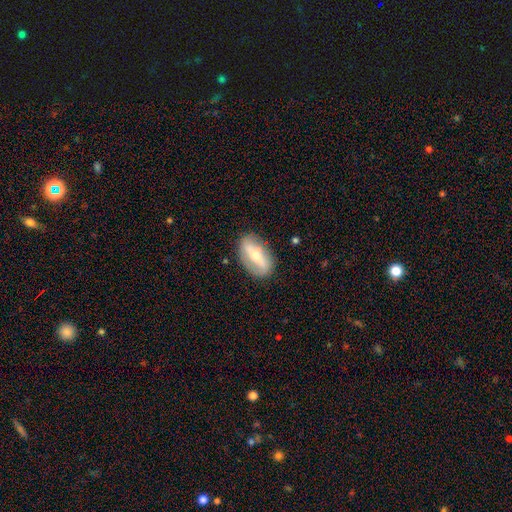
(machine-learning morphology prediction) Smooth or featured? Predicted: featured or disk (p=0.58). Edge-on disk? Predicted: no (p=0.80). Merging? Predicted: none (p=0.82).